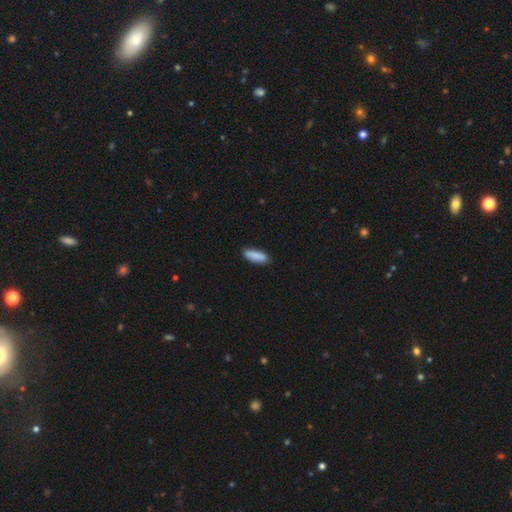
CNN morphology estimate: smooth-or-featured: smooth: 88% | featured or disk: 6% | star or artifact: 6%
  how-rounded: in between: 50% | cigar-shaped: 49% | round: 2%
  merging: none: 84% | minor disturbance: 12% | major disturbance: 2% | merger: 2%